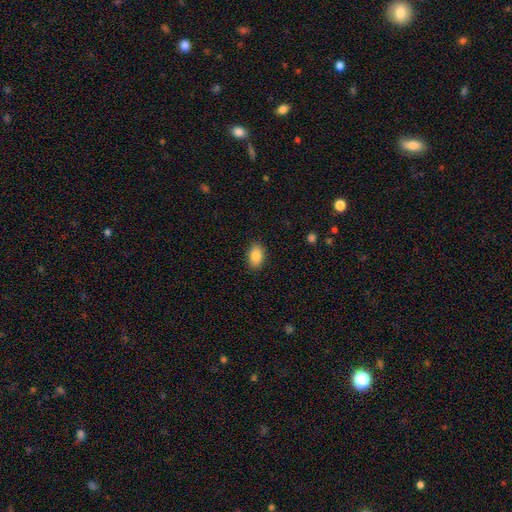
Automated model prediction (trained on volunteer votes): This is clearly a smooth galaxy (87%). How rounded: clearly in between (88%). Merging: clearly none (89%).